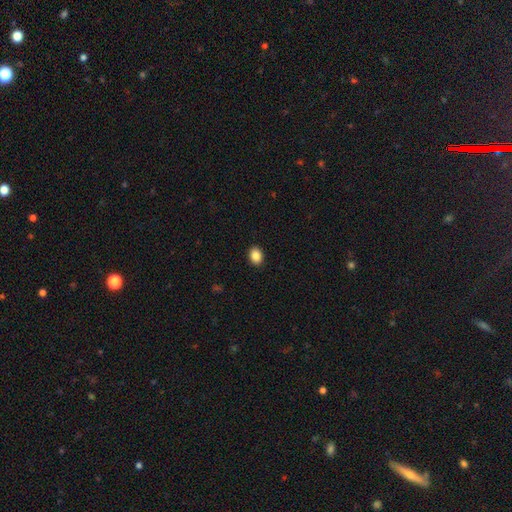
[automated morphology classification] Smooth or featured?
  - smooth: 88% *
  - star or artifact: 8%
  - featured or disk: 4%
How rounded?
  - in between: 64% *
  - round: 35%
  - cigar-shaped: 1%
Merging?
  - none: 91% *
  - minor disturbance: 6%
  - major disturbance: 2%
  - merger: 1%